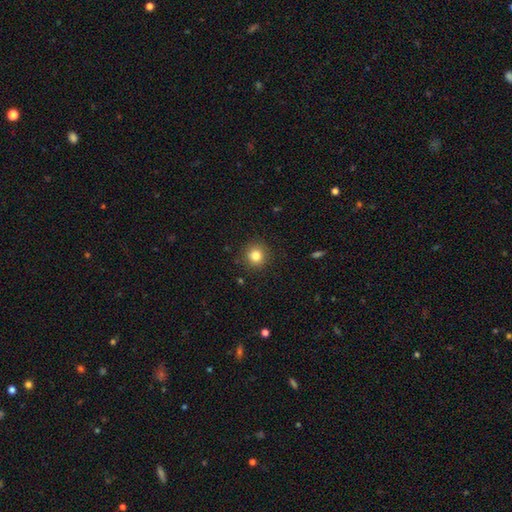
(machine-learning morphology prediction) The model was most divided on "smooth or featured": smooth: 83%, star or artifact: 11%, featured or disk: 6%. More confident: how rounded — round (92%); merging — none (90%).